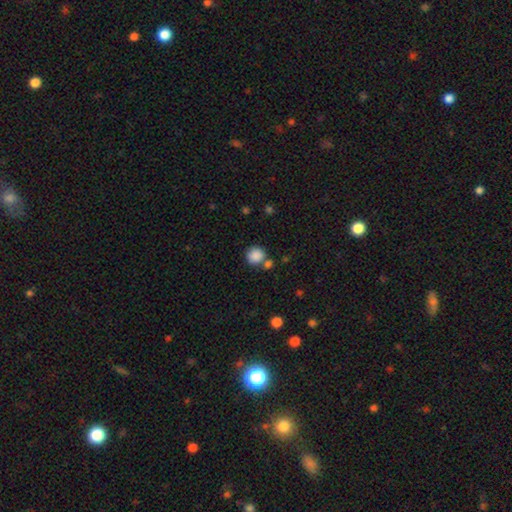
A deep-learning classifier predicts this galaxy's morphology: The model was most divided on "merging": none: 66%, merger: 20%, minor disturbance: 11%, major disturbance: 4%. More confident: how rounded — round (88%); smooth or featured — smooth (87%).